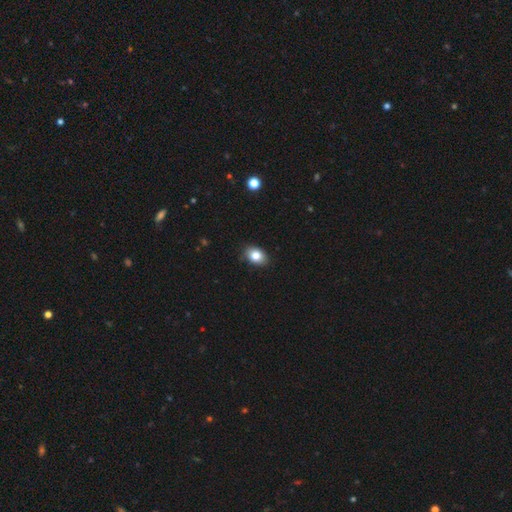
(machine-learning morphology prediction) Smooth or featured: smooth — 83% (star or artifact — 9%)
How rounded: in between — 78% (round — 21%)
Merging: none — 86% (minor disturbance — 11%)